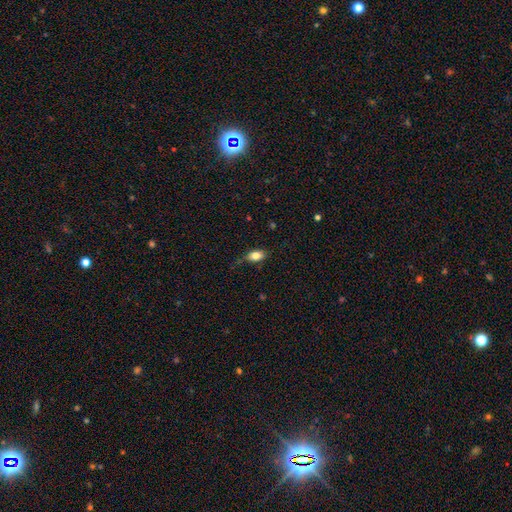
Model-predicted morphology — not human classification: This appears to be a smooth galaxy with no disk features (82%) that is in between round and cigar-shaped (86%). Merging: none (71%).